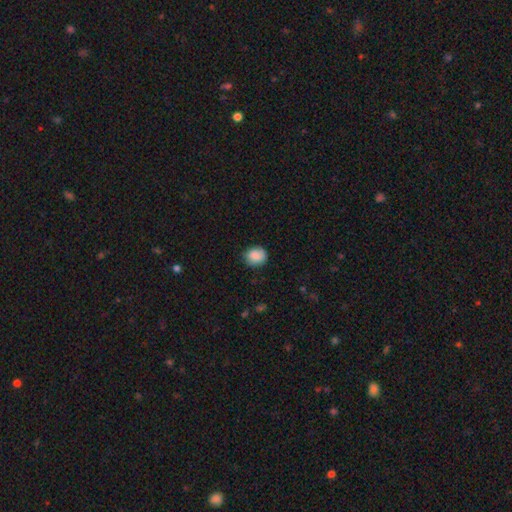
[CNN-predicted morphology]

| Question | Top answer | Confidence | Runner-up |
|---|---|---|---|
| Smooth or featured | smooth | 86% | star or artifact (8%) |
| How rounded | round | 66% | in between (33%) |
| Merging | none | 80% | minor disturbance (16%) |